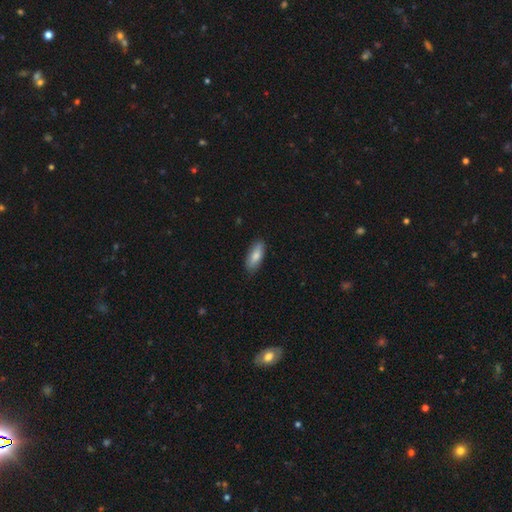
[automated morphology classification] type=smooth (80%); roundness=in between (71%); merging=none (85%).